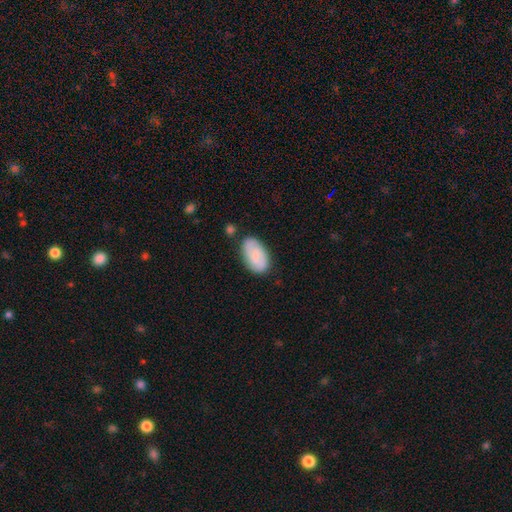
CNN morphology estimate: Smooth or featured: smooth — 67% (featured or disk — 26%)
How rounded: in between — 94% (round — 4%)
Merging: none — 75% (minor disturbance — 17%)